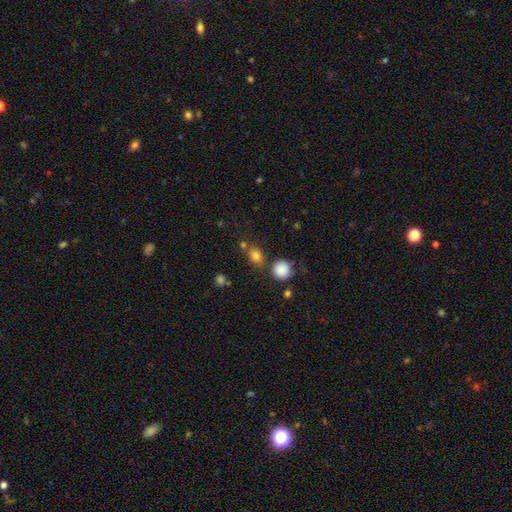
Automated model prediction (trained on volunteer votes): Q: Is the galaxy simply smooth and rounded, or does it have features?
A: smooth — 80%.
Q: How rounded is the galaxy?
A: round — 59%.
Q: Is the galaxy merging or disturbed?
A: none — 68%.